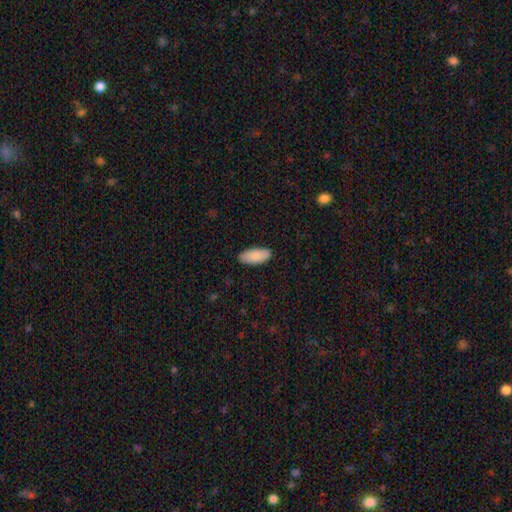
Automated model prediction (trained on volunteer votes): Smooth or featured? Predicted: smooth (p=0.87). How rounded? Predicted: in between (p=0.85). Merging? Predicted: none (p=0.88).